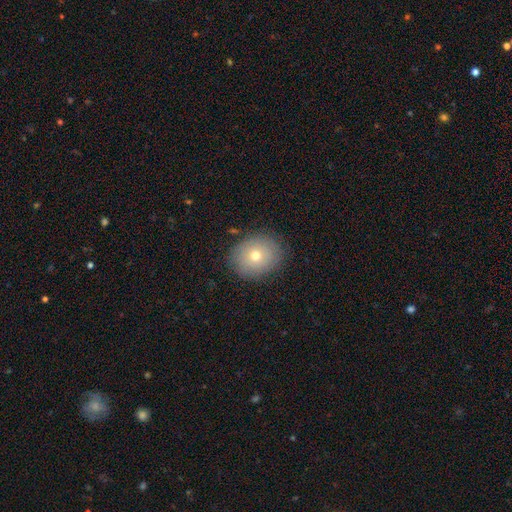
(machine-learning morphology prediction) A smooth galaxy with no disk features (68%) that is round (59%). Merging: none (84%).